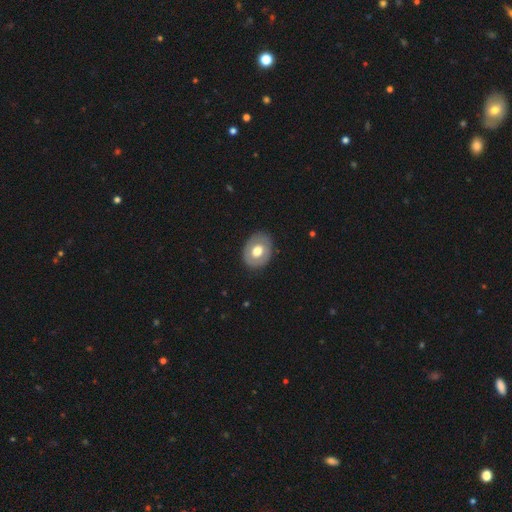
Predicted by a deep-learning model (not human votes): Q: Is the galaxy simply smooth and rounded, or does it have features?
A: smooth — 56%.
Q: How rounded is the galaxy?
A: round — 56%.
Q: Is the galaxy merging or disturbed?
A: none — 89%.